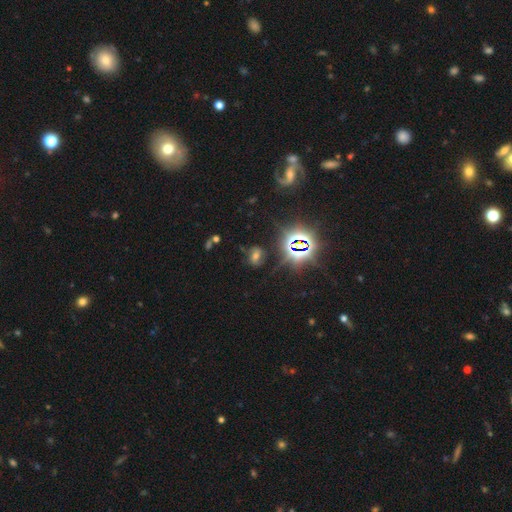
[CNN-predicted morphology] star or artifact 48%, smooth 32%, featured or disk 20%.